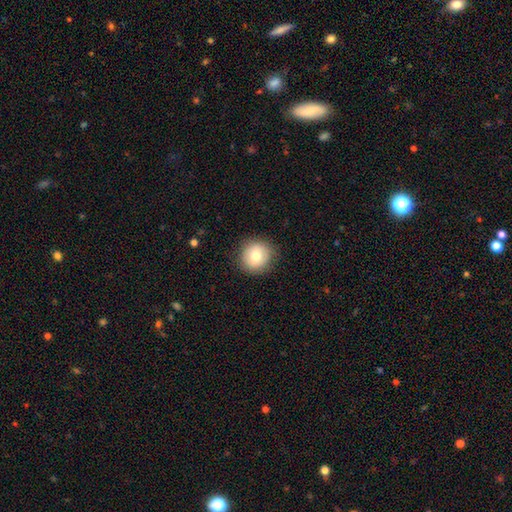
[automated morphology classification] Q: Smooth or featured?
A: smooth (77%); runner-up: featured or disk (14%)
Q: How rounded?
A: round (90%); runner-up: in between (9%)
Q: Merging?
A: none (88%); runner-up: minor disturbance (8%)